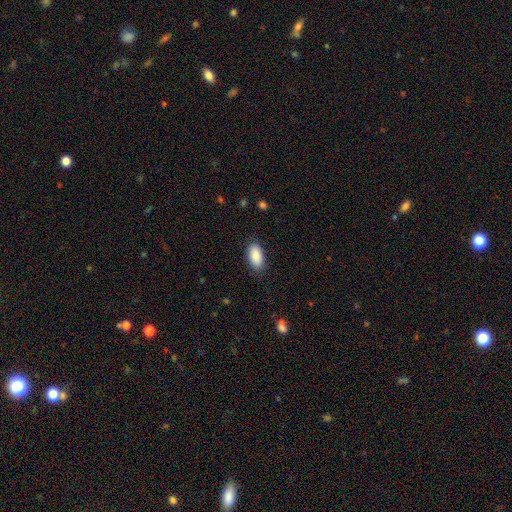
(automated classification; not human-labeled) smooth-or-featured: smooth: 90% | star or artifact: 6% | featured or disk: 4%
  how-rounded: in between: 94% | cigar-shaped: 4% | round: 3%
  merging: none: 87% | minor disturbance: 10% | major disturbance: 2% | merger: 1%